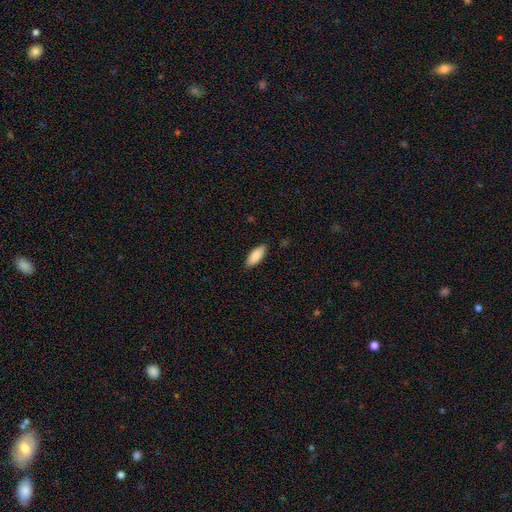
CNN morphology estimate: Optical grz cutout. It shows a smooth galaxy with no disk features (88%) that is in between round and cigar-shaped (78%). Merging: none (87%).